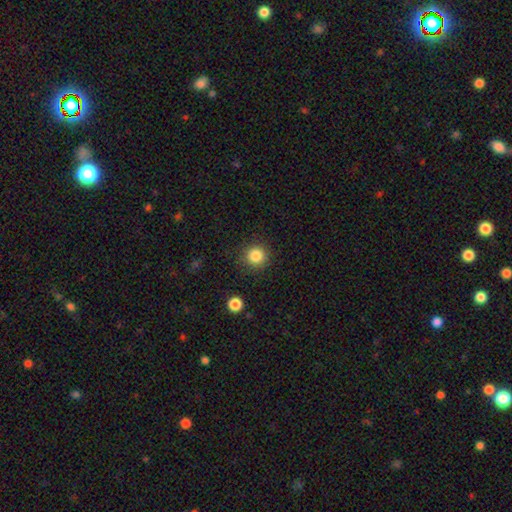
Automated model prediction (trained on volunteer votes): smooth-or-featured: smooth: 85% | star or artifact: 11% | featured or disk: 4%
  how-rounded: round: 93% | in between: 6% | cigar-shaped: 1%
  merging: none: 88% | minor disturbance: 8% | major disturbance: 3% | merger: 2%